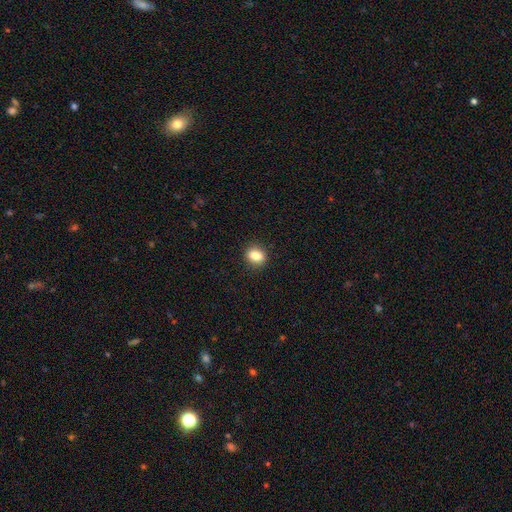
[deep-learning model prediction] Morphology: type=smooth (84%); roundness=round (51%); merging=none (90%).